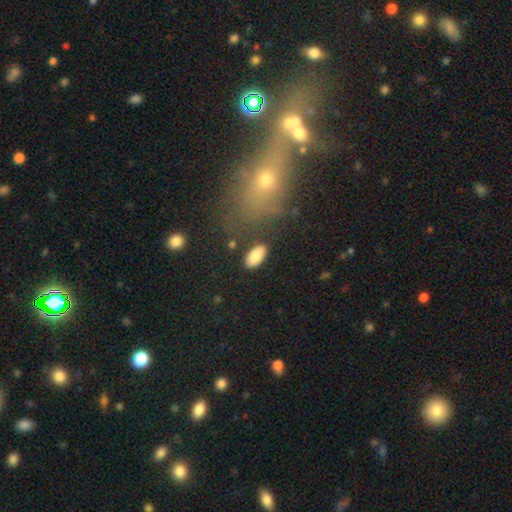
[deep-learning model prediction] Smooth or featured?
  - smooth: 84% *
  - featured or disk: 9%
  - star or artifact: 7%
How rounded?
  - in between: 94% *
  - round: 3%
  - cigar-shaped: 3%
Merging?
  - none: 82% *
  - minor disturbance: 12%
  - major disturbance: 3%
  - merger: 3%